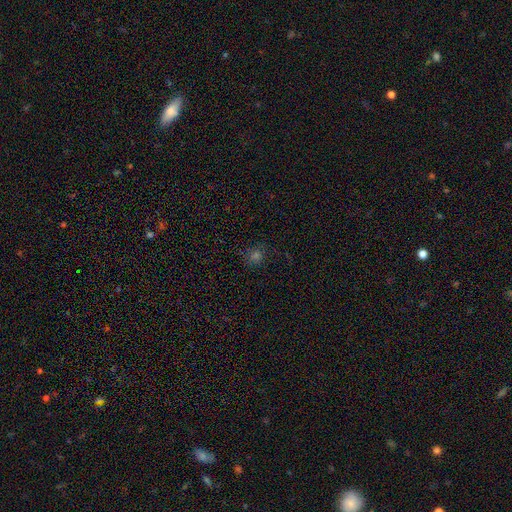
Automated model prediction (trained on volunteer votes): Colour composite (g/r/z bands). It shows a smooth galaxy with no disk features (58%) that is round (86%). Merging: none (82%).